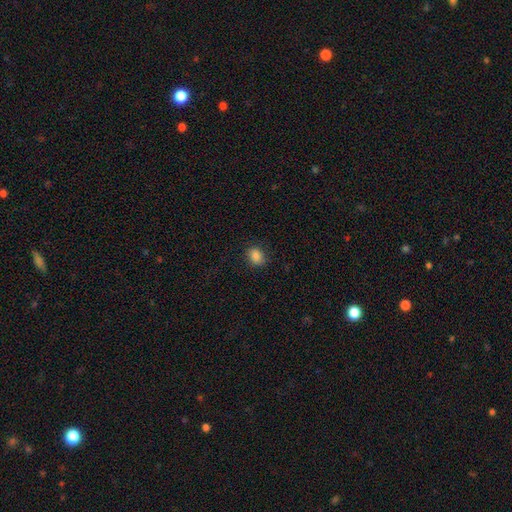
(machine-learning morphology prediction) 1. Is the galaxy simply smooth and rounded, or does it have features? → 86% smooth, 10% star or artifact, 4% featured or disk.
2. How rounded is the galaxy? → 56% in between, 43% round, 1% cigar-shaped.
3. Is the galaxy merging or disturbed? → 84% none, 12% minor disturbance, 3% major disturbance, 1% merger.